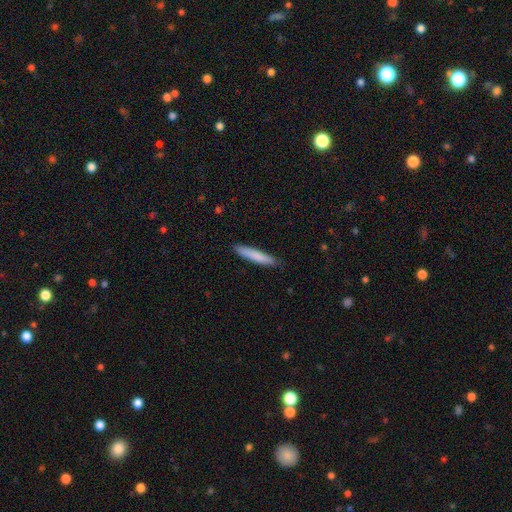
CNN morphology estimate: type=smooth (80%); roundness=cigar-shaped (92%); merging=none (87%).